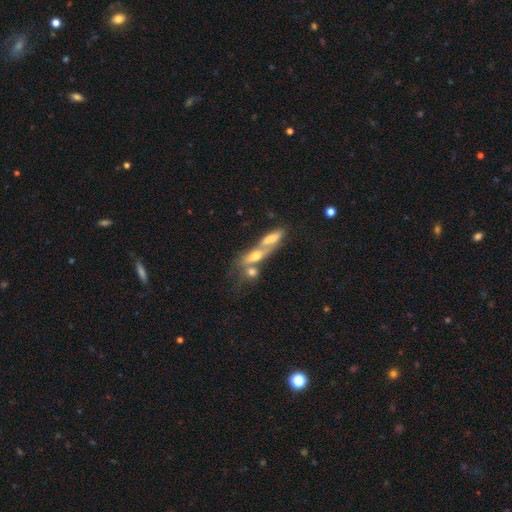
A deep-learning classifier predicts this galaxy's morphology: A featured or disk galaxy (47%). Merging: merger (64%).